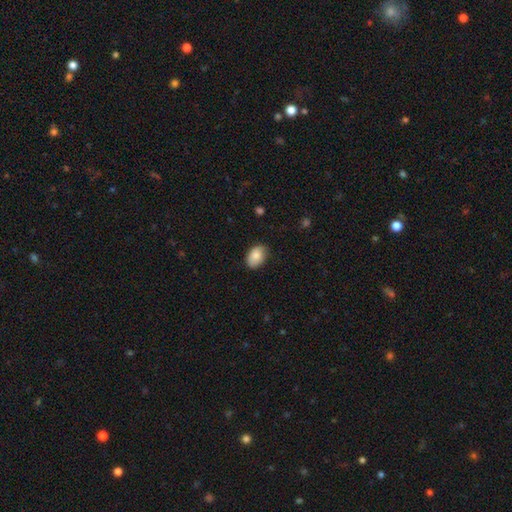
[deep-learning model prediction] This is clearly a smooth galaxy (86%). How rounded: clearly in between (87%). Merging: clearly none (80%).